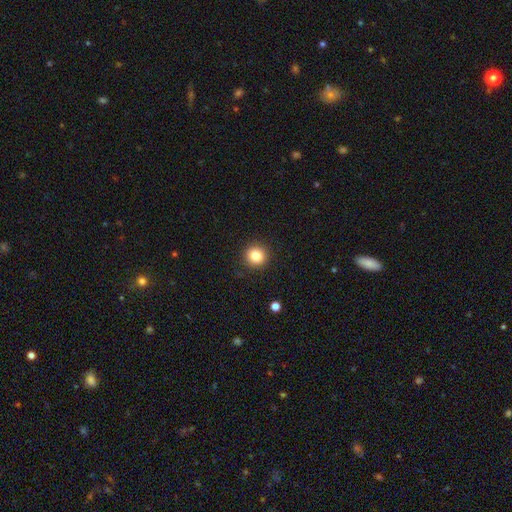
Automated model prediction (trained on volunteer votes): smooth_or_featured: smooth (p=0.85) [alt: star or artifact p=0.10]
how_rounded: round (p=0.91) [alt: in between p=0.08]
merging: none (p=0.91) [alt: minor disturbance p=0.06]